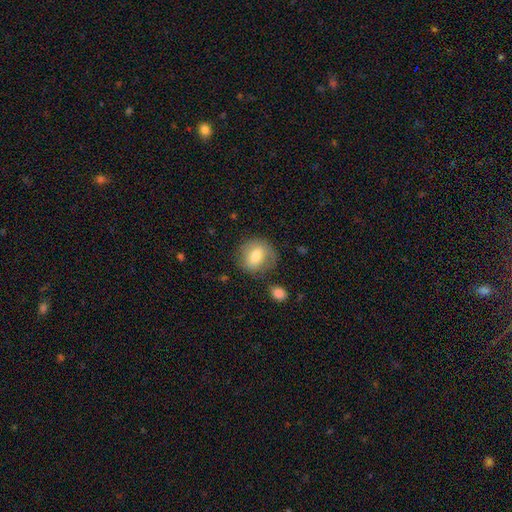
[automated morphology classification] Q: Smooth or featured?
A: smooth (70%); runner-up: featured or disk (22%)
Q: How rounded?
A: round (77%); runner-up: in between (22%)
Q: Merging?
A: none (70%); runner-up: minor disturbance (18%)